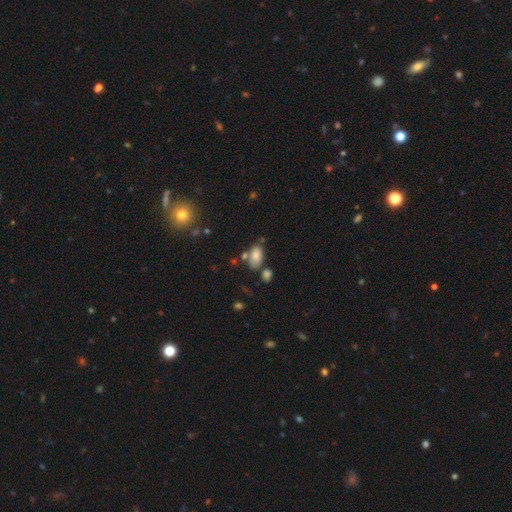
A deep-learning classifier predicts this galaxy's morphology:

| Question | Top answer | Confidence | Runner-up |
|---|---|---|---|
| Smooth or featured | smooth | 80% | featured or disk (11%) |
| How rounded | in between | 92% | round (6%) |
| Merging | none | 56% | minor disturbance (19%) |